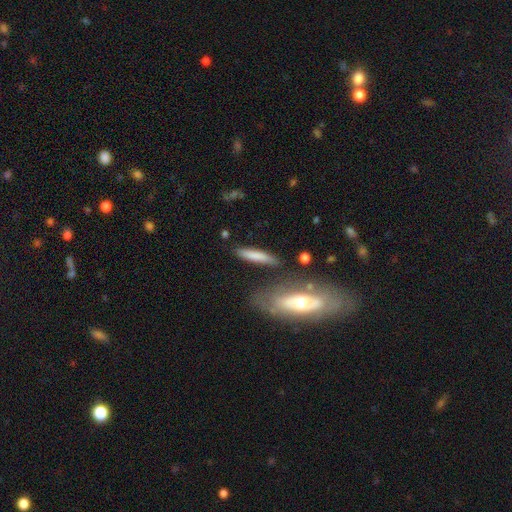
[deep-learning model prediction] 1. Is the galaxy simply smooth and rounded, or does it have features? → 74% smooth, 21% featured or disk, 6% star or artifact.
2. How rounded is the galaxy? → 87% cigar-shaped, 11% in between, 2% round.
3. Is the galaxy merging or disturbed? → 77% none, 13% minor disturbance, 6% merger, 4% major disturbance.